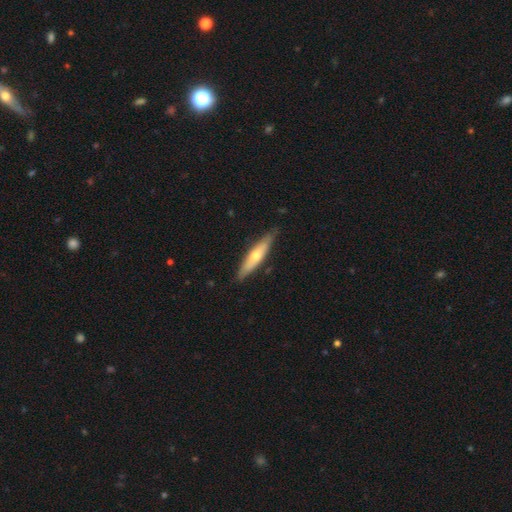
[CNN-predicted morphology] smooth_or_featured: smooth (p=0.52) [alt: featured or disk p=0.43]
how_rounded: cigar-shaped (p=0.76) [alt: in between p=0.22]
merging: none (p=0.83) [alt: minor disturbance p=0.14]